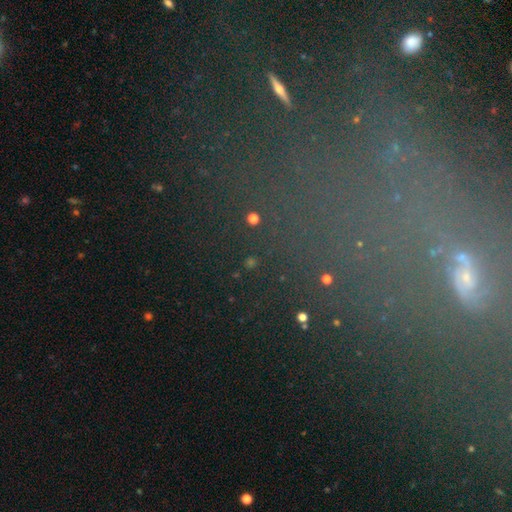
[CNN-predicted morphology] This appears to be a star or artifact, not a galaxy (62%).